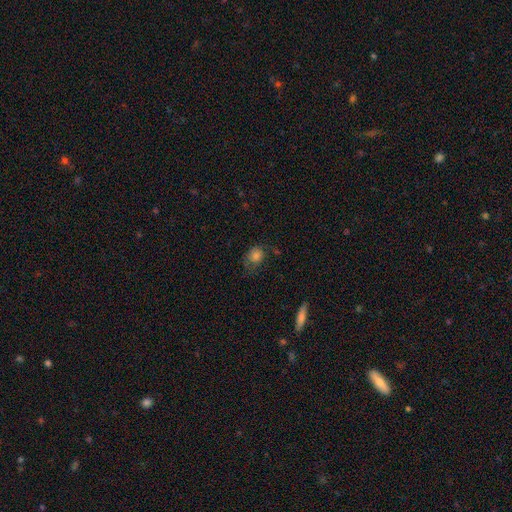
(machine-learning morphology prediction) Smooth or featured?
  - smooth: 73% *
  - featured or disk: 14%
  - star or artifact: 13%
How rounded?
  - round: 53% *
  - in between: 45%
  - cigar-shaped: 2%
Merging?
  - none: 48% *
  - minor disturbance: 29%
  - major disturbance: 20%
  - merger: 3%